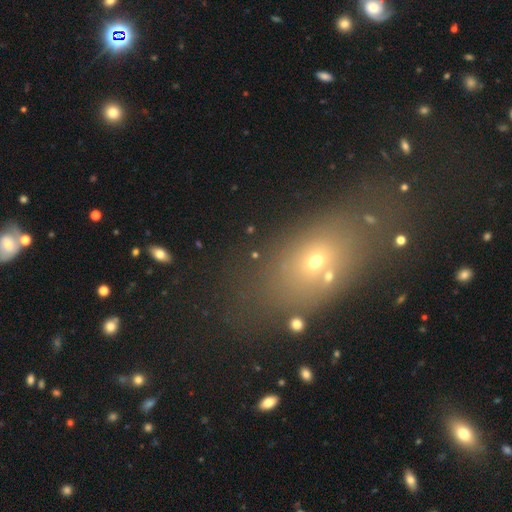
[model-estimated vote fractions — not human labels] Morphology: type=smooth (53%); roundness=in between (65%); merging=none (66%).